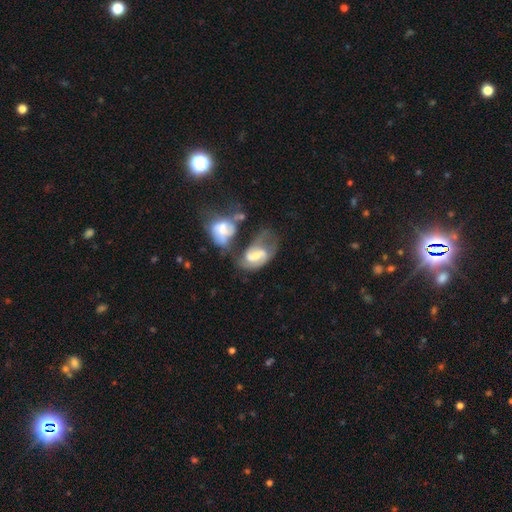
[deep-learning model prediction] Smooth or featured: featured or disk — 78% (smooth — 16%)
Edge-on disk: no — 97% (yes — 3%)
Bar: weak — 52% (no — 25%)
Spiral arms: yes — 90% (no — 10%)
Spiral winding: medium — 47% (loose — 32%)
Spiral arm count: 2 — 79% (can't tell — 9%)
Bulge size: moderate — 55% (small — 33%)
Merging: merger — 40% (none — 27%)